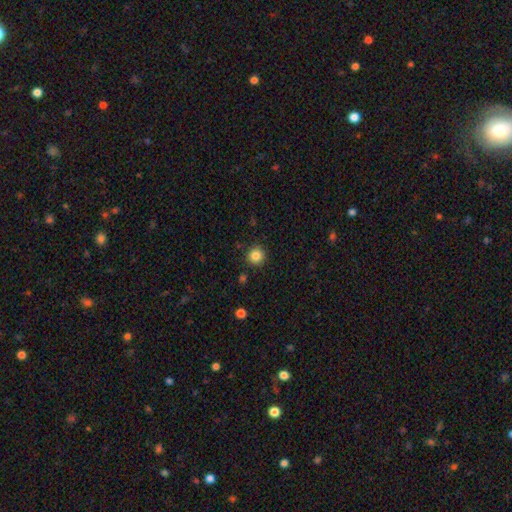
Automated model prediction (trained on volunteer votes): Smooth or featured?
  - smooth: 85% *
  - star or artifact: 11%
  - featured or disk: 4%
How rounded?
  - round: 94% *
  - in between: 5%
  - cigar-shaped: 1%
Merging?
  - none: 90% *
  - minor disturbance: 6%
  - major disturbance: 2%
  - merger: 2%